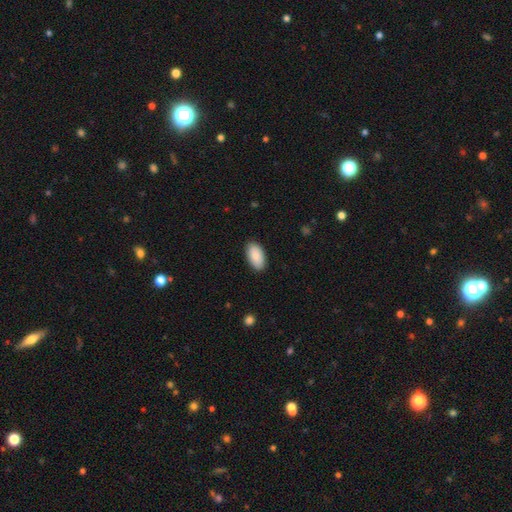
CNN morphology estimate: Smooth or featured? Predicted: smooth (p=0.87). How rounded? Predicted: in between (p=0.95). Merging? Predicted: none (p=0.88).